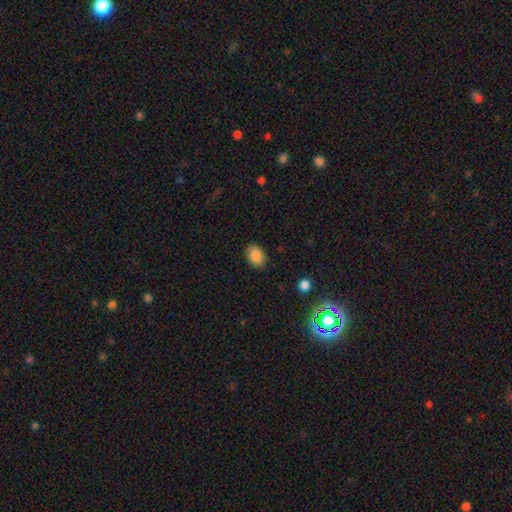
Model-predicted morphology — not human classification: Smooth or featured? Predicted: smooth (p=0.87). How rounded? Predicted: in between (p=0.75). Merging? Predicted: none (p=0.87).